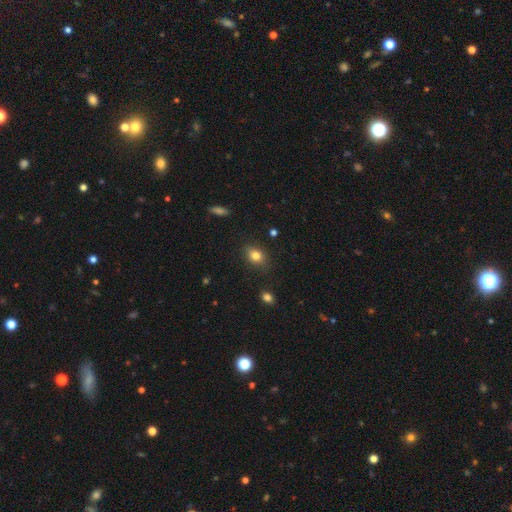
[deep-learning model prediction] Smooth or featured?
  - smooth: 81% *
  - star or artifact: 11%
  - featured or disk: 9%
How rounded?
  - in between: 69% *
  - round: 29%
  - cigar-shaped: 2%
Merging?
  - none: 83% *
  - minor disturbance: 13%
  - major disturbance: 3%
  - merger: 2%